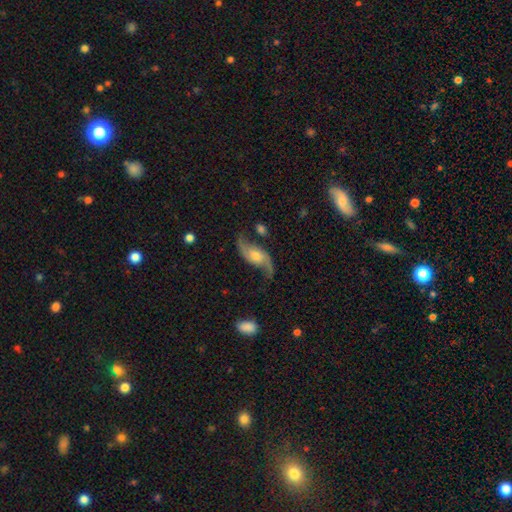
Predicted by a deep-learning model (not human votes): Morphology: type=featured or disk (86%); edge-on=no (95%); bar=no (64%); spiral arms=yes (96%); winding=loose (84%); arm count=2 (93%); bulge=moderate (57%); merging=none (70%).